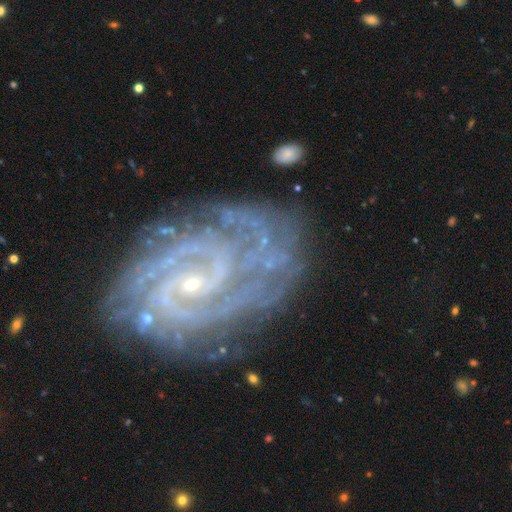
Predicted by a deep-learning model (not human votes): A featured or disk galaxy (92%) with no bar (49%), 2 (46%) tight (71%) spiral arms (98%) and a small central bulge (82%).

Vote fractions:
- Smooth or featured? featured or disk: 92% / star or artifact: 5% / smooth: 3%
- Edge-on disk? no: 98% / yes: 2%
- Bar? no: 49% / weak: 37% / strong: 14%
- Spiral arms? yes: 98% / no: 2%
- Spiral winding? tight: 71% / medium: 25% / loose: 4%
- Spiral arm count? 2: 46% / 3: 16% / can't tell: 14% / 4: 10% / more than 4: 7% / 1: 6%
- Bulge size? small: 82% / moderate: 13% / none: 3% / large: 1% / dominant: 1%
- Merging? none: 72% / minor disturbance: 18% / major disturbance: 7% / merger: 2%